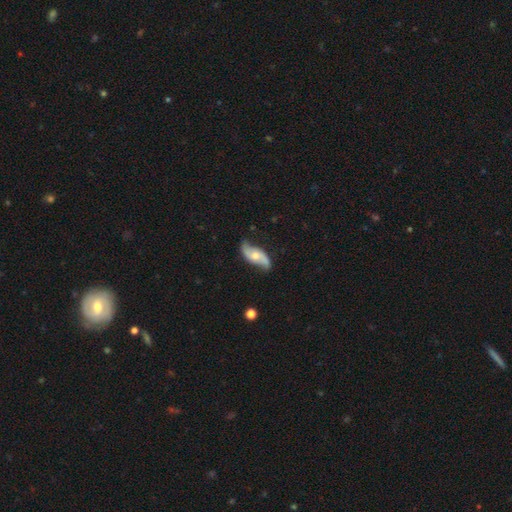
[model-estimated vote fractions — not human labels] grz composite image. It shows a featured or disk galaxy (72%) with no bar (67%), 2 (91%) loose (68%) spiral arms (90%) and a moderate central bulge (64%). Merging: none (73%).